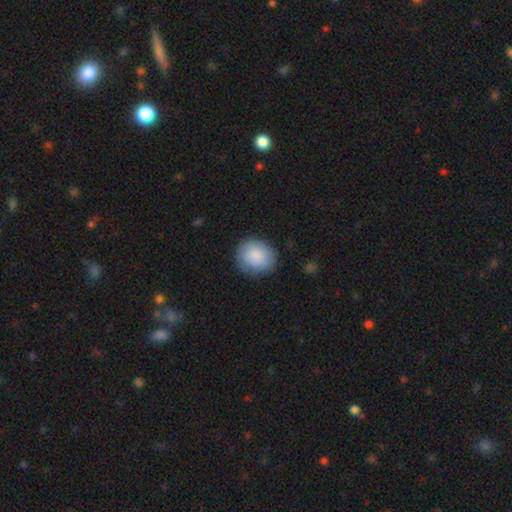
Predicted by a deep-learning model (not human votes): smooth_or_featured: smooth (p=0.86) [alt: featured or disk p=0.08]
how_rounded: round (p=0.78) [alt: in between p=0.21]
merging: none (p=0.81) [alt: minor disturbance p=0.14]